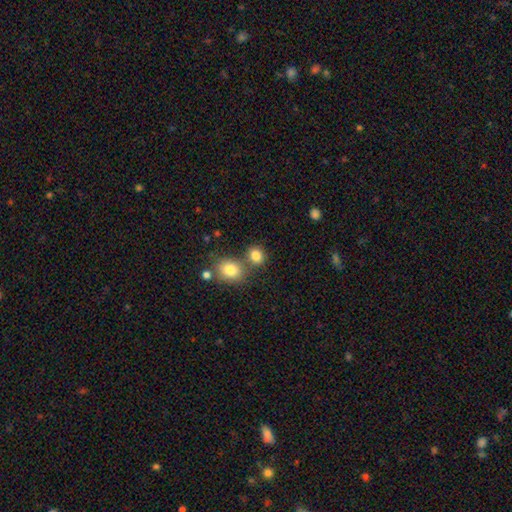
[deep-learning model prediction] Q: Smooth or featured?
A: smooth (81%); runner-up: star or artifact (12%)
Q: How rounded?
A: round (68%); runner-up: in between (31%)
Q: Merging?
A: none (60%); runner-up: merger (27%)